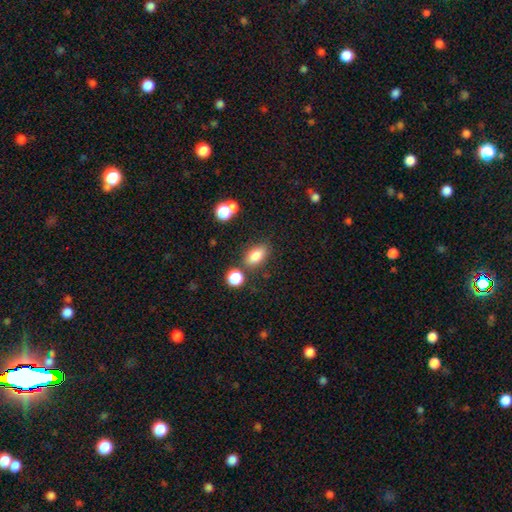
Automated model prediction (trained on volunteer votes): Morphology: type=smooth (81%); roundness=in between (84%); merging=none (75%).